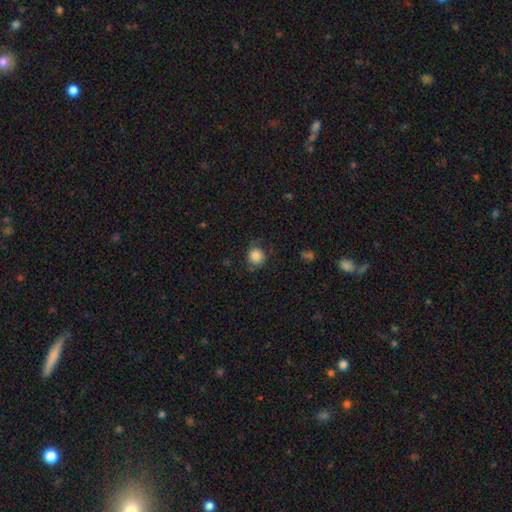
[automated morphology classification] Smooth or featured? Predicted: smooth (p=0.84). How rounded? Predicted: round (p=0.88). Merging? Predicted: none (p=0.74).